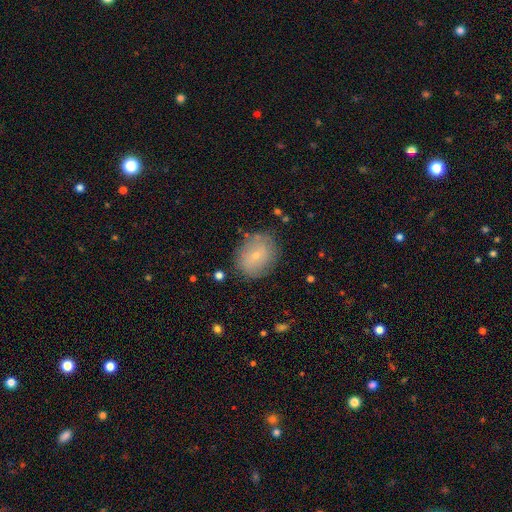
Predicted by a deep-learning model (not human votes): A smooth galaxy with no disk features (66%) that is in between round and cigar-shaped (51%). Merging: none (80%).